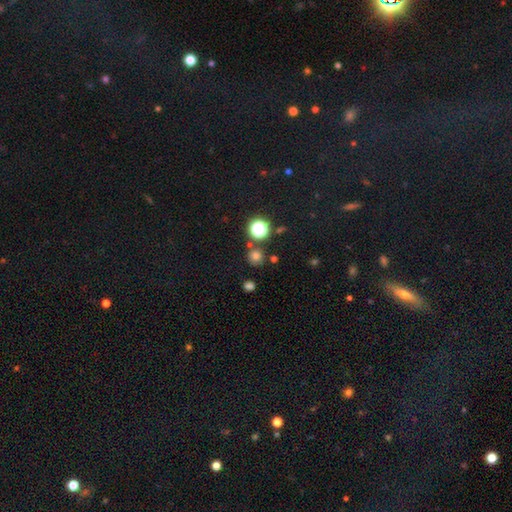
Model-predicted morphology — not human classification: Smooth or featured: smooth — 71% (star or artifact — 22%)
How rounded: round — 92% (in between — 7%)
Merging: none — 79% (merger — 9%)